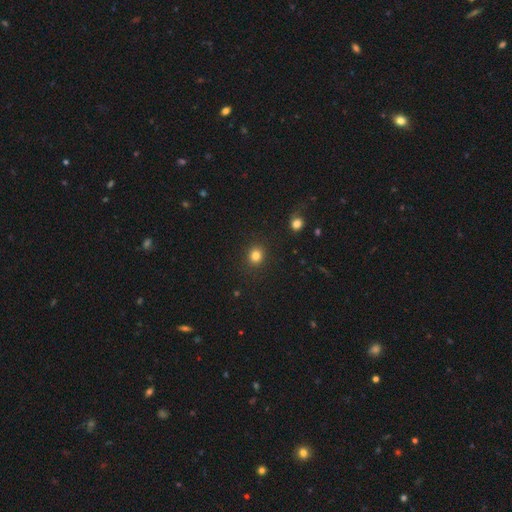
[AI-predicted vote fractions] Smooth or featured?
  - smooth: 83% *
  - star or artifact: 12%
  - featured or disk: 5%
How rounded?
  - round: 79% *
  - in between: 20%
  - cigar-shaped: 1%
Merging?
  - none: 90% *
  - minor disturbance: 6%
  - major disturbance: 2%
  - merger: 1%